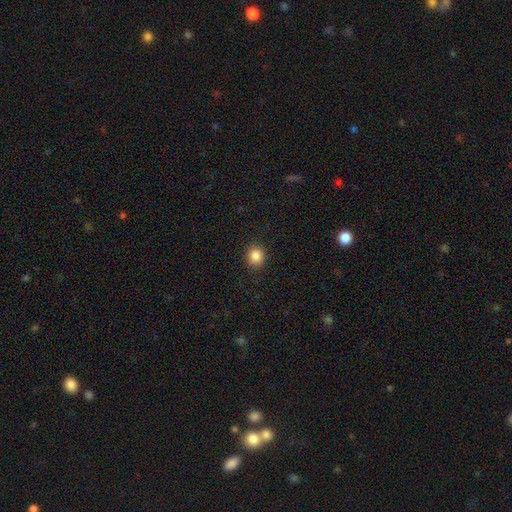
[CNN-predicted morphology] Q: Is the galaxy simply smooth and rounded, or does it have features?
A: smooth — 86%.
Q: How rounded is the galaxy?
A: round — 82%.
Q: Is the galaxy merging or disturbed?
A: none — 90%.